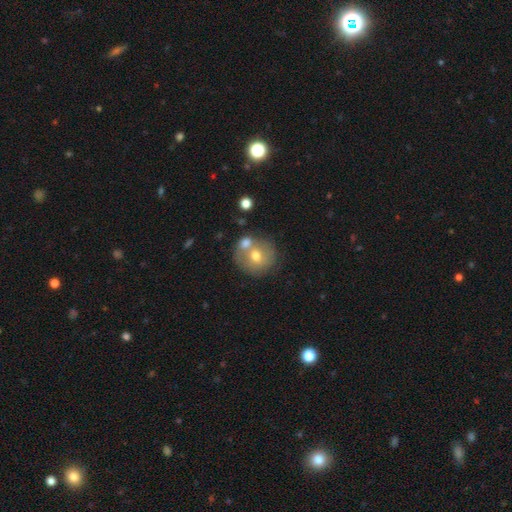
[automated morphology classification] Smooth or featured?
  - smooth: 63% *
  - featured or disk: 28%
  - star or artifact: 9%
How rounded?
  - round: 88% *
  - in between: 11%
  - cigar-shaped: 1%
Merging?
  - none: 48% *
  - merger: 37%
  - minor disturbance: 10%
  - major disturbance: 4%